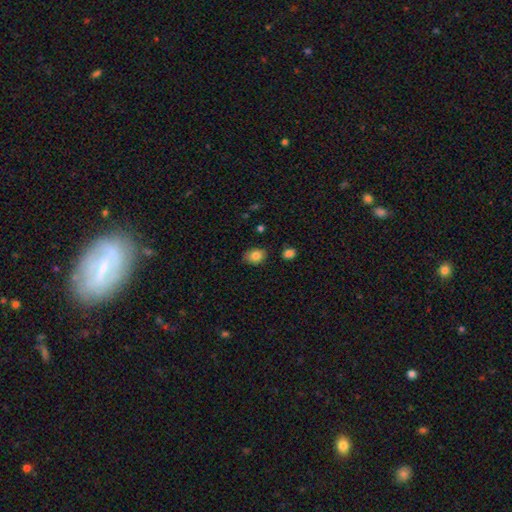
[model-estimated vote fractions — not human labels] This is clearly a smooth galaxy (83%). How rounded: likely in between (67%). Merging: clearly none (81%).